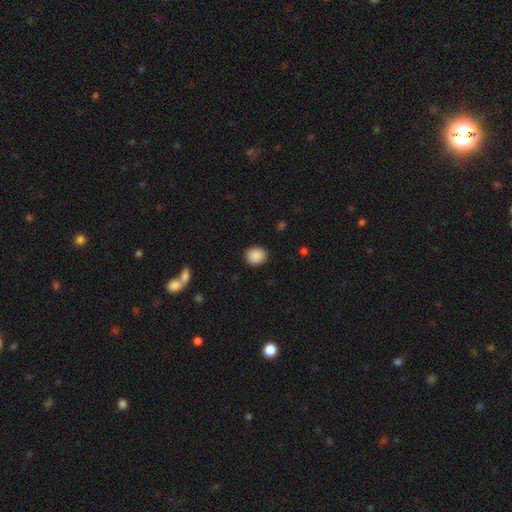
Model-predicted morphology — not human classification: The model was most divided on "how rounded": round: 63%, in between: 36%, cigar-shaped: 1%. More confident: smooth or featured — smooth (89%); merging — none (89%).